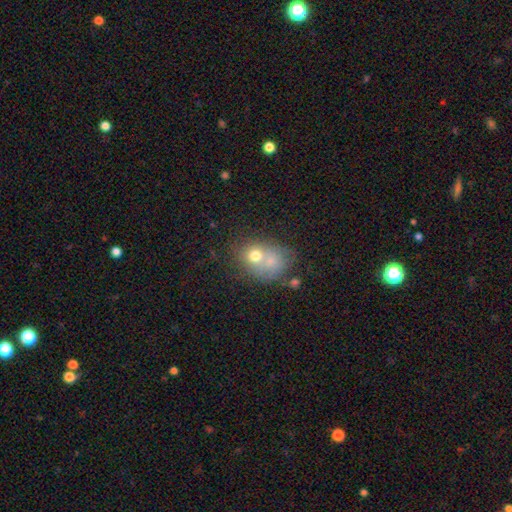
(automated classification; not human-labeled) A smooth galaxy with no disk features (68%) that is round (62%). Merging: merger (55%).